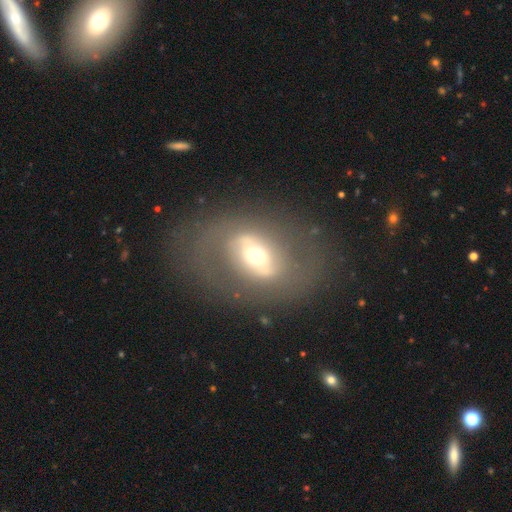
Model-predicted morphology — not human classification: This is likely a featured or disk galaxy (63%). It is clearly not viewed edge-on (92%). Bar: marginally strong (36%). Spiral arm pattern: possibly no (59%). Central bulge: likely moderate (61%). Merging: likely none (73%).